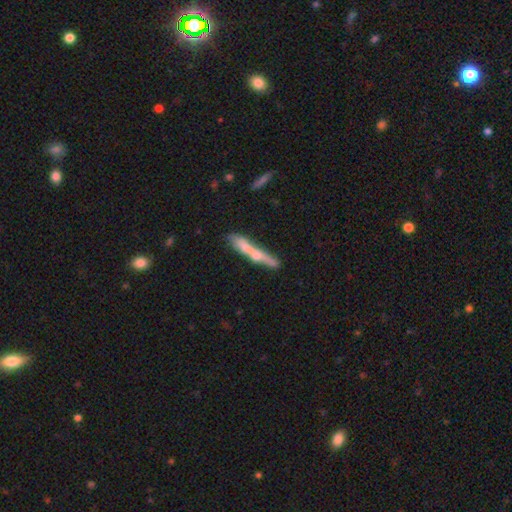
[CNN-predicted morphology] A smooth galaxy with no disk features (47%).

Vote fractions:
- Smooth or featured? smooth: 47% / featured or disk: 46% / star or artifact: 7%
- Merging? none: 51% / merger: 24% / minor disturbance: 18% / major disturbance: 8%